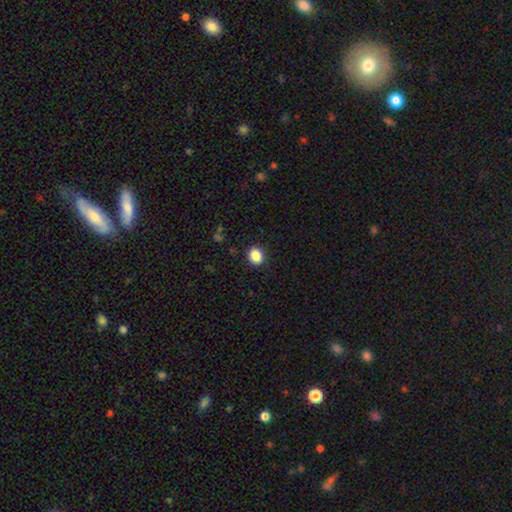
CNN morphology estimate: Q: Smooth or featured?
A: smooth (87%); runner-up: star or artifact (10%)
Q: How rounded?
A: round (62%); runner-up: in between (37%)
Q: Merging?
A: none (91%); runner-up: minor disturbance (7%)